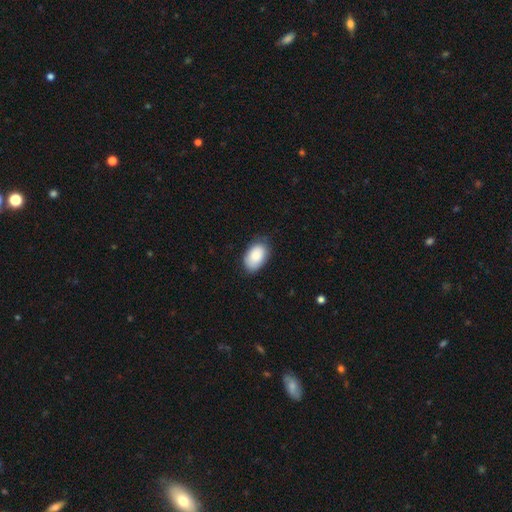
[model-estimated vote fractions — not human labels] Smooth or featured: smooth — 88% (star or artifact — 6%)
How rounded: in between — 91% (round — 8%)
Merging: none — 77% (minor disturbance — 19%)